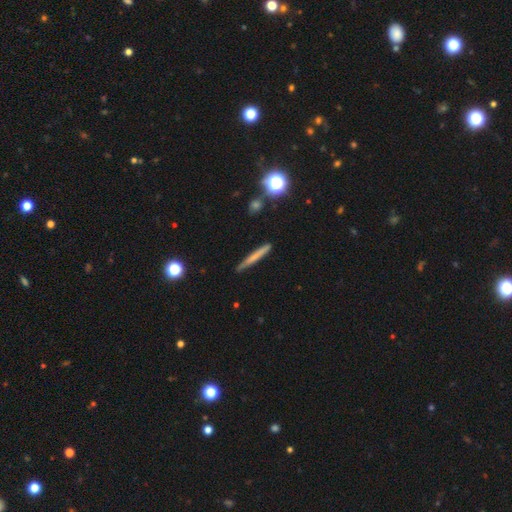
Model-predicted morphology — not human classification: Overall: smooth (58%; featured or disk 34%). How rounded: cigar-shaped (95%). Merging: none (86%).